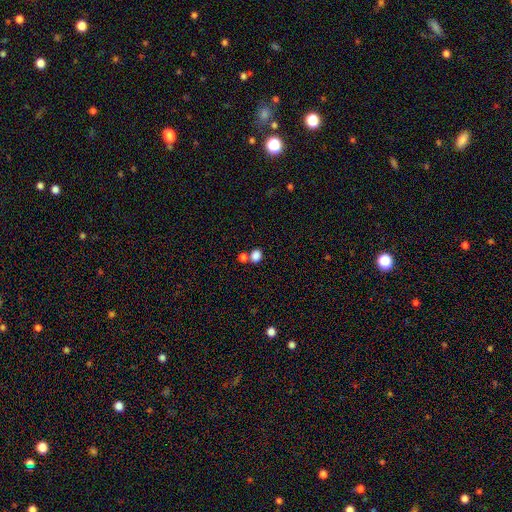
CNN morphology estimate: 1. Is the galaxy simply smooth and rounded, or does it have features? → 84% smooth, 11% star or artifact, 5% featured or disk.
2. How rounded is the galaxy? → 53% round, 46% in between, 1% cigar-shaped.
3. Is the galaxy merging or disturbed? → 60% none, 27% merger, 9% minor disturbance, 4% major disturbance.